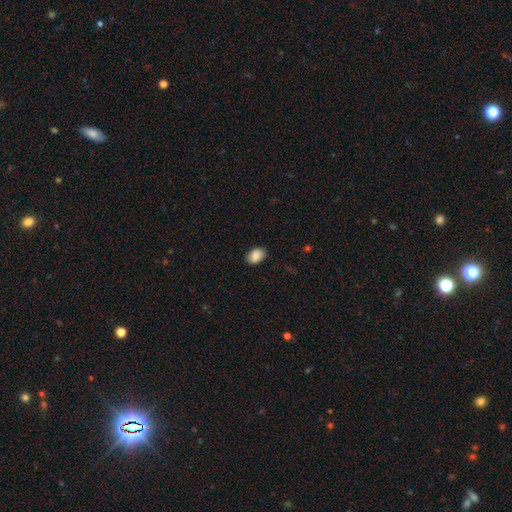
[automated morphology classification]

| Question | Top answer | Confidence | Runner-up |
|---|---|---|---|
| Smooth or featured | smooth | 87% | star or artifact (7%) |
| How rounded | in between | 83% | round (16%) |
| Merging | none | 86% | minor disturbance (10%) |